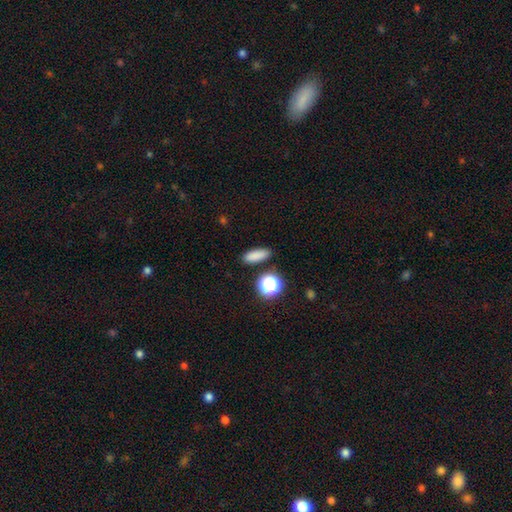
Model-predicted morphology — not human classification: Smooth or featured: smooth — 82% (star or artifact — 13%)
How rounded: in between — 55% (cigar-shaped — 33%)
Merging: none — 87% (minor disturbance — 8%)